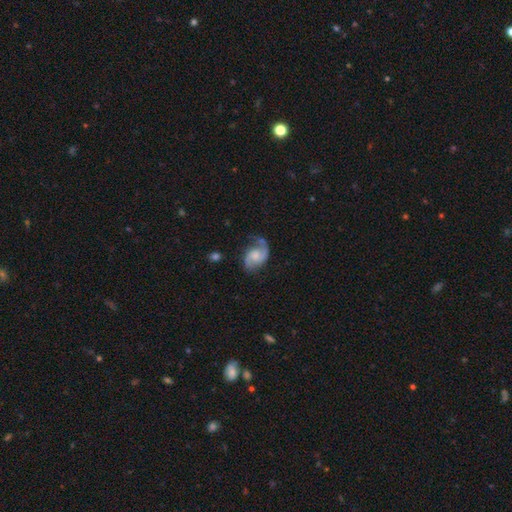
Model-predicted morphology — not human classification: smooth_or_featured: featured or disk (p=0.80) [alt: smooth p=0.14]
disk_edge_on: no (p=0.98) [alt: yes p=0.02]
bar: no (p=0.60) [alt: weak p=0.34]
has_spiral_arms: yes (p=0.96) [alt: no p=0.04]
spiral_winding: medium (p=0.49) [alt: loose p=0.35]
spiral_arm_count: 2 (p=0.84) [alt: 1 p=0.09]
bulge_size: moderate (p=0.38) [alt: small p=0.36]
merging: none (p=0.62) [alt: minor disturbance p=0.23]